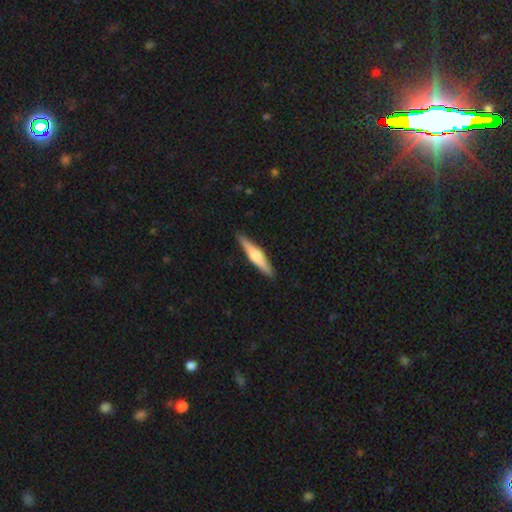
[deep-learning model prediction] A featured or disk galaxy (56%) viewed edge-on (97%) with a rounded central bulge (75%). Merging: none (90%).